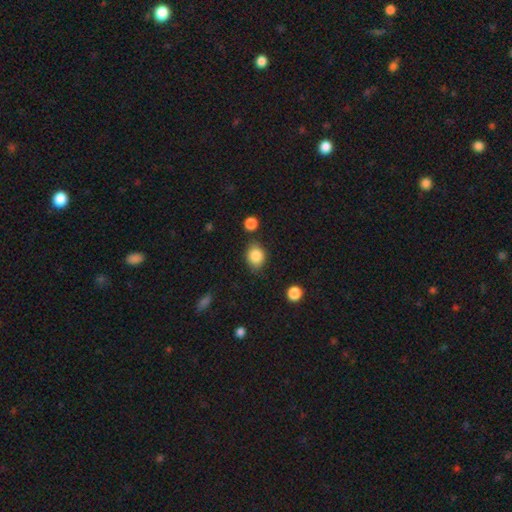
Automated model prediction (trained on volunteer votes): This appears to be a smooth galaxy with no disk features (86%) that is in between round and cigar-shaped (56%). Merging: none (73%).